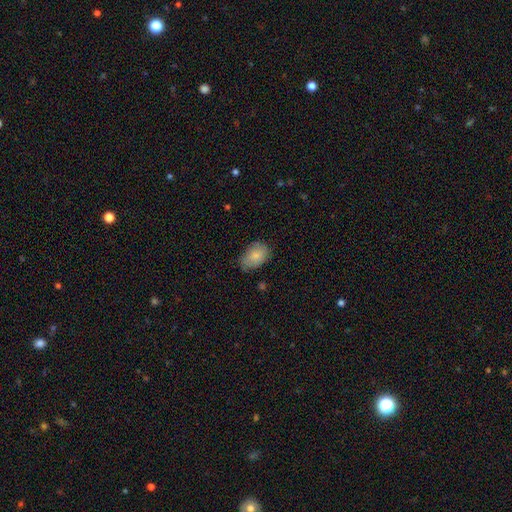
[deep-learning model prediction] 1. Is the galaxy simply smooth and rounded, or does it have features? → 81% smooth, 13% featured or disk, 7% star or artifact.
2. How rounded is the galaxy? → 84% in between, 14% round, 1% cigar-shaped.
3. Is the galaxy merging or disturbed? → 66% none, 27% minor disturbance, 5% major disturbance, 2% merger.